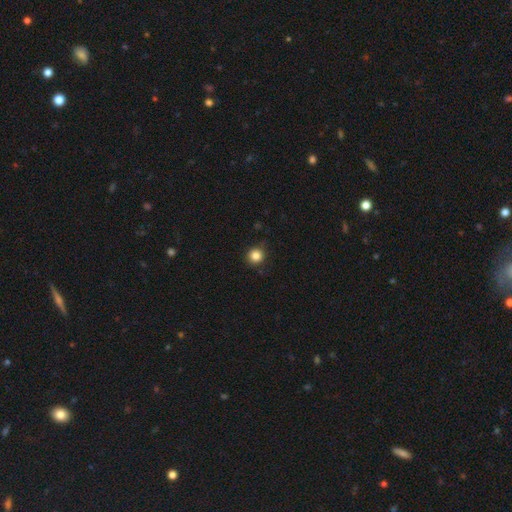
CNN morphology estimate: A smooth galaxy with no disk features (85%) that is round (94%).

Vote fractions:
- Smooth or featured? smooth: 85% / star or artifact: 11% / featured or disk: 4%
- How rounded? round: 94% / in between: 5% / cigar-shaped: 1%
- Merging? none: 88% / minor disturbance: 9% / major disturbance: 2% / merger: 1%